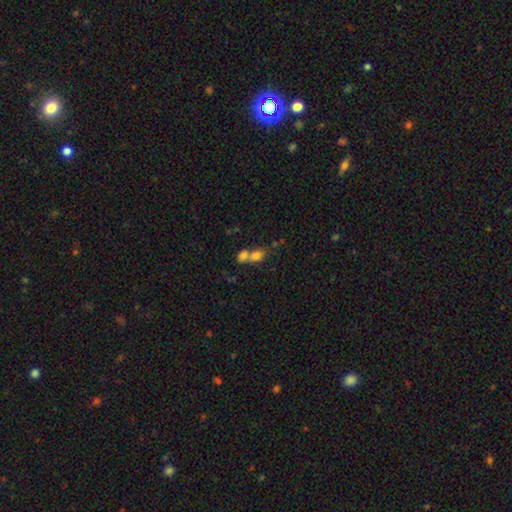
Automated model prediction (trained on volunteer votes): Smooth or featured?
  - smooth: 76% *
  - featured or disk: 12%
  - star or artifact: 12%
How rounded?
  - in between: 70% *
  - round: 26%
  - cigar-shaped: 3%
Merging?
  - merger: 66% *
  - none: 24%
  - minor disturbance: 6%
  - major disturbance: 4%